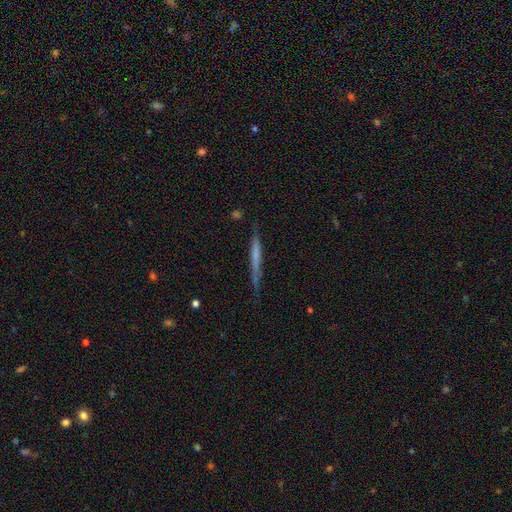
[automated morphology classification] This is possibly a smooth galaxy (48%). Merging: likely none (76%).